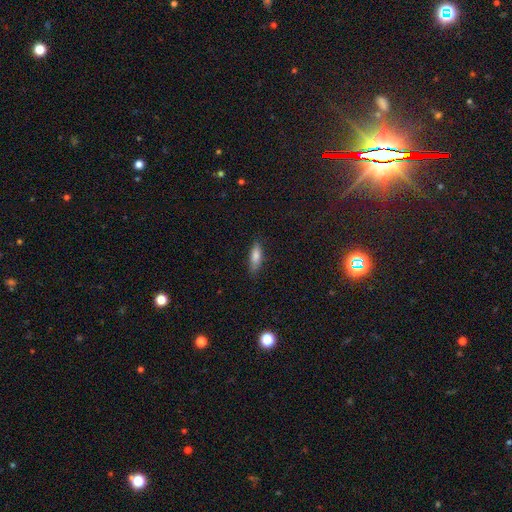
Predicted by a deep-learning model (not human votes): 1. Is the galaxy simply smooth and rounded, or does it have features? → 77% smooth, 15% featured or disk, 7% star or artifact.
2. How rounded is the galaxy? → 50% cigar-shaped, 48% in between, 2% round.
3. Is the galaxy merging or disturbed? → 83% none, 13% minor disturbance, 3% major disturbance, 1% merger.